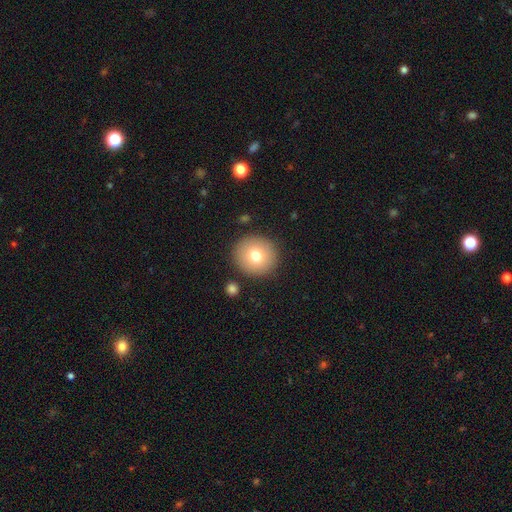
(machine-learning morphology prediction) type=smooth (75%); roundness=round (93%); merging=none (88%).